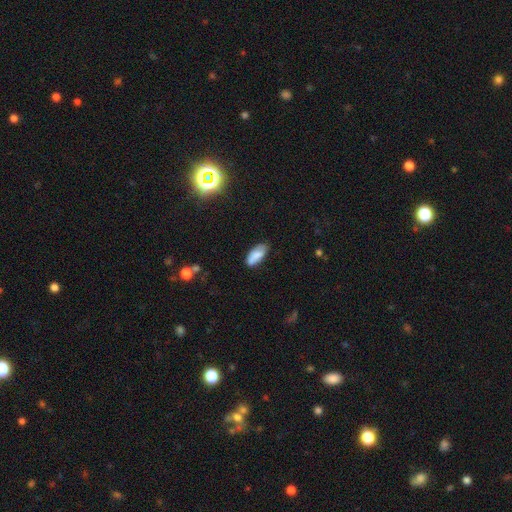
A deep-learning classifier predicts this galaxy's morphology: This is likely a smooth galaxy (79%). How rounded: clearly in between (85%). Merging: likely none (72%).